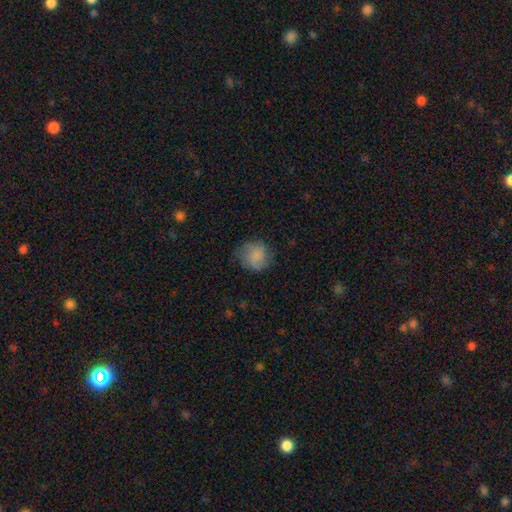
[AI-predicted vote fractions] smooth-or-featured: smooth: 72% | featured or disk: 20% | star or artifact: 8%
  how-rounded: round: 85% | in between: 14% | cigar-shaped: 1%
  merging: none: 71% | minor disturbance: 20% | major disturbance: 8% | merger: 1%